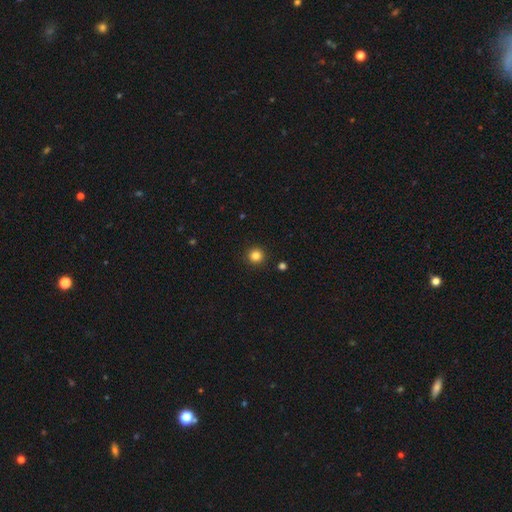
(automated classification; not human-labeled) A smooth galaxy with no disk features (83%) that is round (94%). Merging: none (92%).